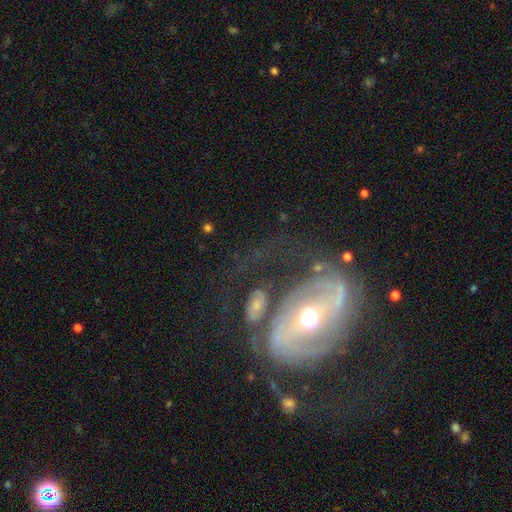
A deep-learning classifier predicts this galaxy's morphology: Smooth or featured? Predicted: featured or disk (p=0.85). Edge-on disk? Predicted: no (p=0.96). Bar? Predicted: strong (p=0.45). Spiral arms? Predicted: yes (p=0.86). Spiral winding? Predicted: medium (p=0.45). Spiral arm count? Predicted: 2 (p=0.84). Bulge size? Predicted: moderate (p=0.66). Merging? Predicted: none (p=0.56).